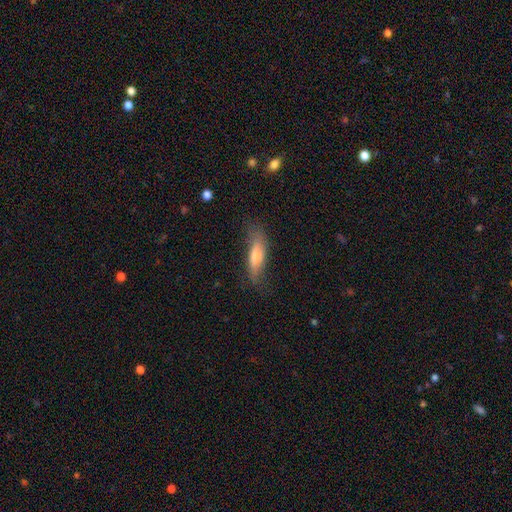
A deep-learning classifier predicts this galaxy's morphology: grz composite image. It shows a smooth galaxy with no disk features (63%) that is cigar-shaped (61%). Merging: none (63%).